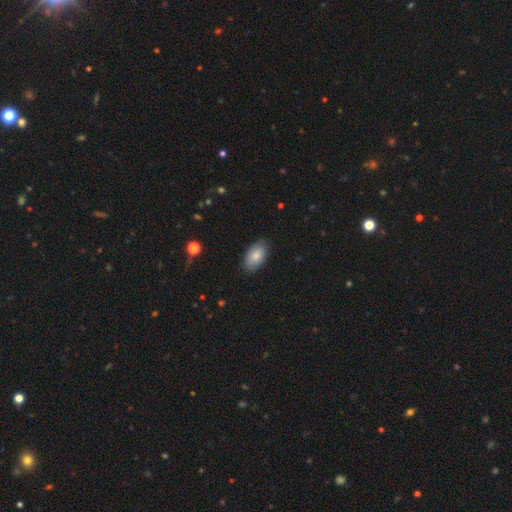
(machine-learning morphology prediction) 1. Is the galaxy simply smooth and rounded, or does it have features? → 83% smooth, 10% featured or disk, 7% star or artifact.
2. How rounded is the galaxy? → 94% in between, 4% round, 2% cigar-shaped.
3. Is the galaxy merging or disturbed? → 85% none, 11% minor disturbance, 2% major disturbance, 1% merger.